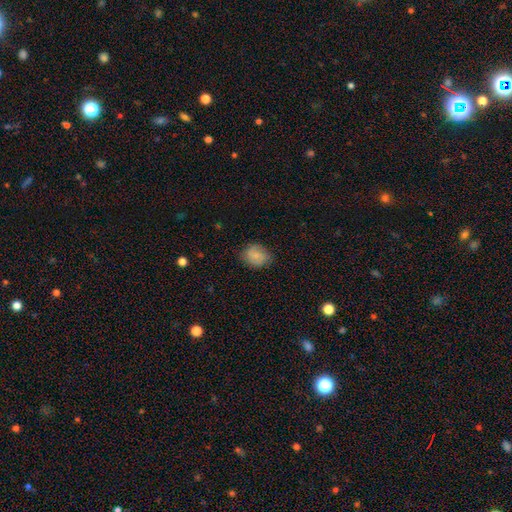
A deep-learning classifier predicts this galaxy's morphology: Smooth or featured: smooth — 76% (featured or disk — 16%)
How rounded: in between — 55% (round — 44%)
Merging: none — 77% (minor disturbance — 18%)